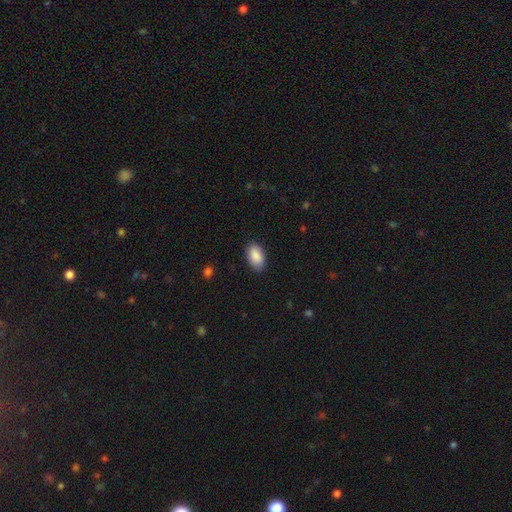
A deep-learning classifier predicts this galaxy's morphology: This is clearly a smooth galaxy (90%). How rounded: clearly in between (95%). Merging: clearly none (88%).